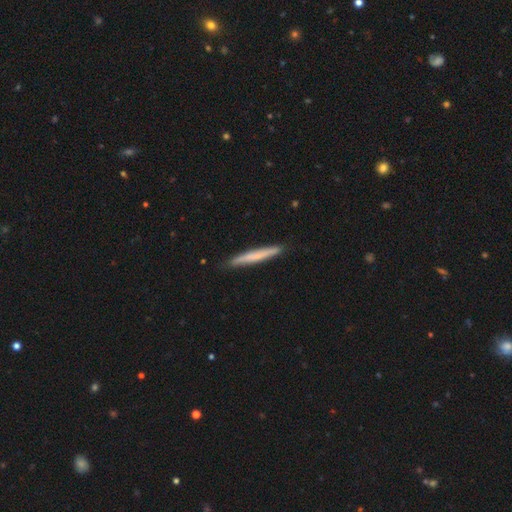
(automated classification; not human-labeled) Smooth or featured?
  - smooth: 62% *
  - featured or disk: 32%
  - star or artifact: 5%
How rounded?
  - cigar-shaped: 97% *
  - in between: 2%
  - round: 1%
Merging?
  - none: 89% *
  - minor disturbance: 8%
  - major disturbance: 1%
  - merger: 1%